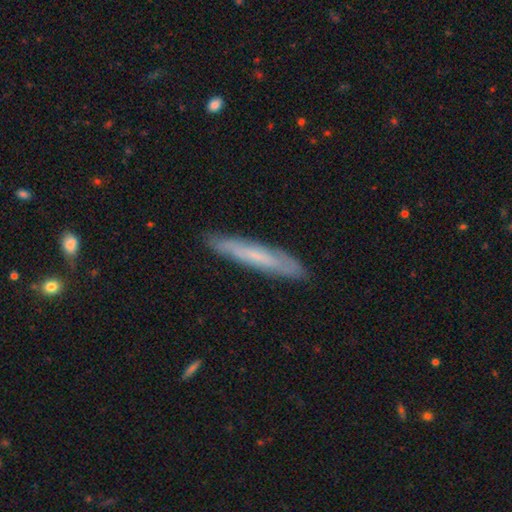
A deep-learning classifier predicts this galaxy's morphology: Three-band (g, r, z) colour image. It shows a smooth galaxy with no disk features (49%). Merging: none (87%).